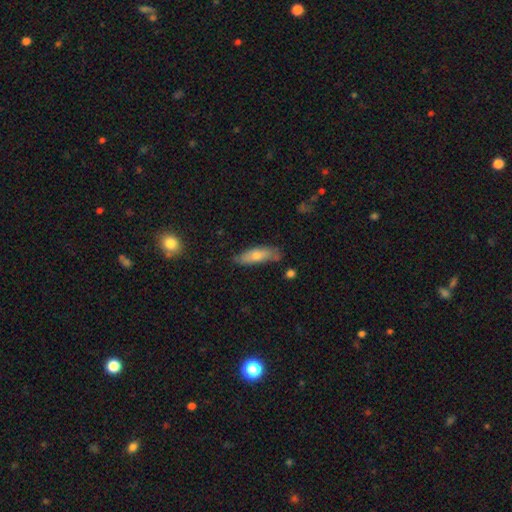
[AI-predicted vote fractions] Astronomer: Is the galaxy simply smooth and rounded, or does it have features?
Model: smooth — 58%.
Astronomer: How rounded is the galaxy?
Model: cigar-shaped — 55% (runner-up: in between, 42%).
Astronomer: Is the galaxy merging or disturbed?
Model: none — 76%.